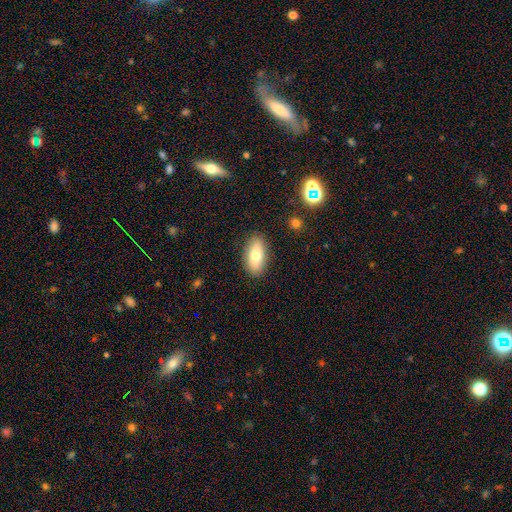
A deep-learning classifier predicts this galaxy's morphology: smooth_or_featured: smooth (p=0.74) [alt: featured or disk p=0.19]
how_rounded: in between (p=0.91) [alt: cigar-shaped p=0.05]
merging: none (p=0.87) [alt: minor disturbance p=0.09]